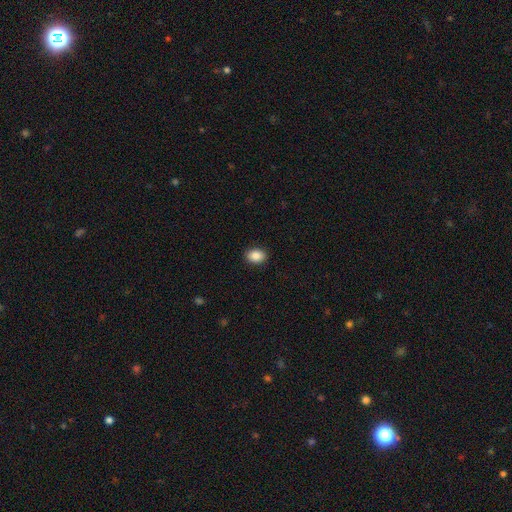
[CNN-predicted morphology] type=smooth (87%); roundness=in between (67%); merging=none (91%).